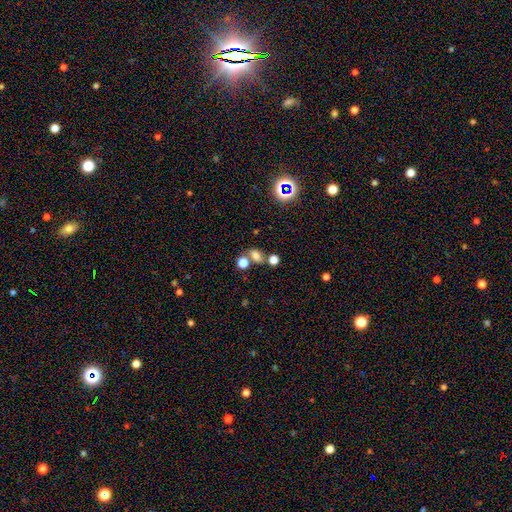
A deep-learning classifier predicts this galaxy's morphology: type=smooth (69%); roundness=in between (68%); merging=none (55%).